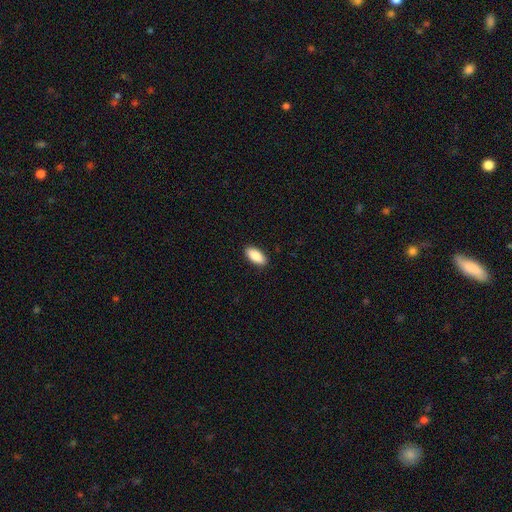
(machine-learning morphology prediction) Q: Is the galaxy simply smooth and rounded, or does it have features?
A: smooth — 89%.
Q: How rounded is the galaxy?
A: in between — 89%.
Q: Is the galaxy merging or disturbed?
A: none — 90%.